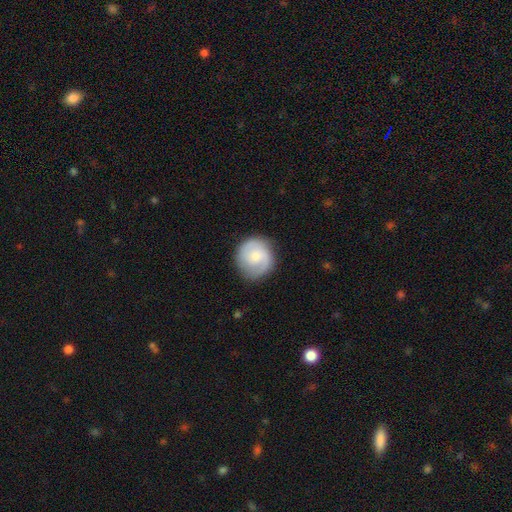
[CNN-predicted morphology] featured or disk 61%, smooth 33%, star or artifact 6%. Down the decision tree: edge-on disk — no (98%); bar — no (62%); spiral arms — yes (90%); spiral arm count — 2 (70%); spiral winding — medium (42%, tied with tight); bulge size — small (54%); merging — none (81%).